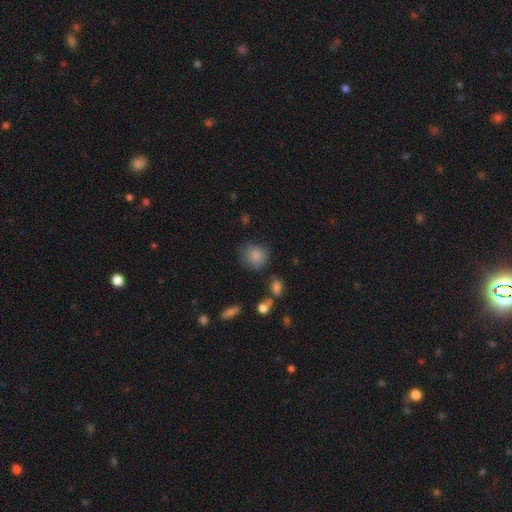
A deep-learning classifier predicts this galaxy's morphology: smooth-or-featured: smooth: 83% | star or artifact: 9% | featured or disk: 8%
  how-rounded: round: 77% | in between: 22% | cigar-shaped: 1%
  merging: none: 68% | minor disturbance: 22% | major disturbance: 7% | merger: 3%